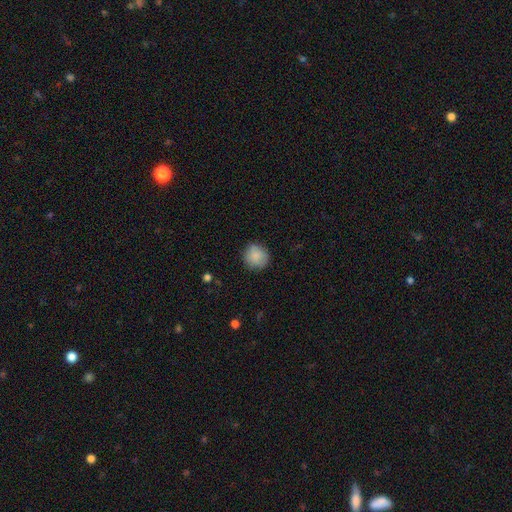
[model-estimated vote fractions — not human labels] This is clearly a smooth galaxy (86%). How rounded: clearly round (91%). Merging: clearly none (84%).